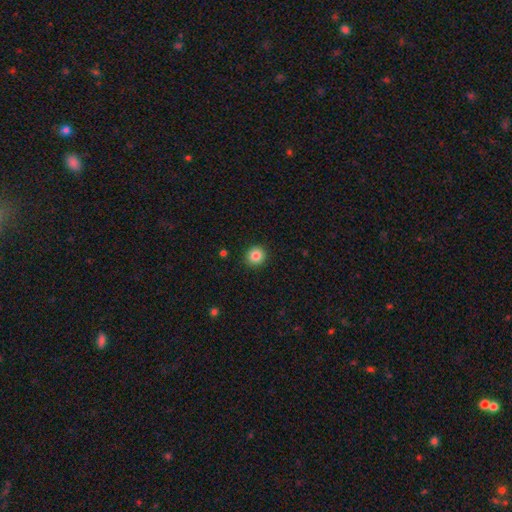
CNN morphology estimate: A smooth galaxy with no disk features (84%) that is round (92%). Merging: none (92%).